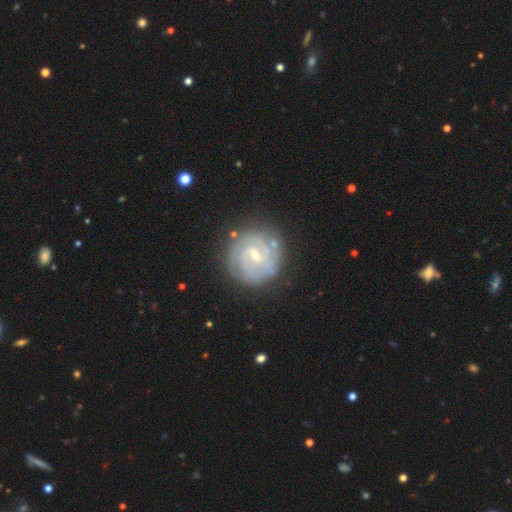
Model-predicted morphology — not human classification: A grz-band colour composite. It shows a featured or disk galaxy (79%) with a weak bar (63%), 2 (38%) tight (63%) spiral arms (91%) and a small central bulge (58%). Merging: none (77%).